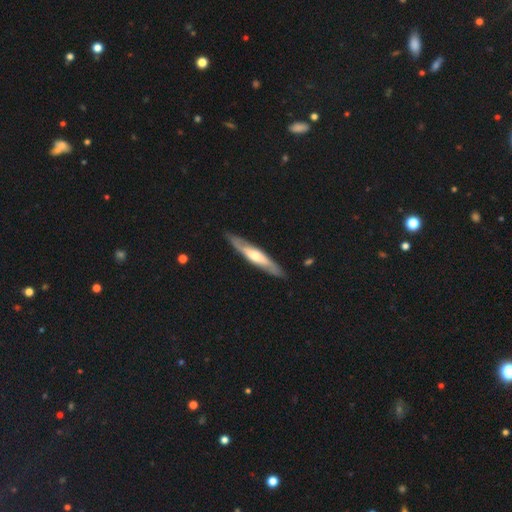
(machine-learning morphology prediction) Smooth or featured? featured or disk (62%)
Edge-on disk? yes (68%)
Merging? none (85%)